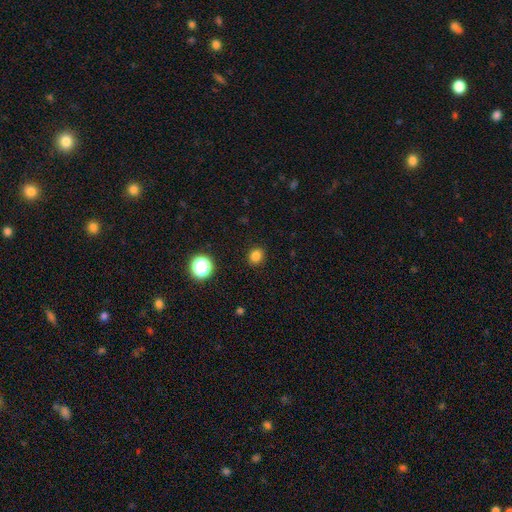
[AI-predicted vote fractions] smooth 82%, star or artifact 14%, featured or disk 4%. Down the decision tree: how rounded — round (75%); merging — none (90%).